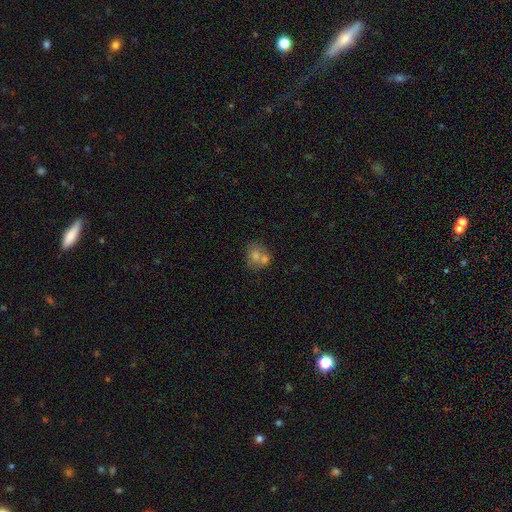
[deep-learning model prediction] Smooth or featured? smooth (64%)
How rounded? round (68%)
Merging? merger (48%)